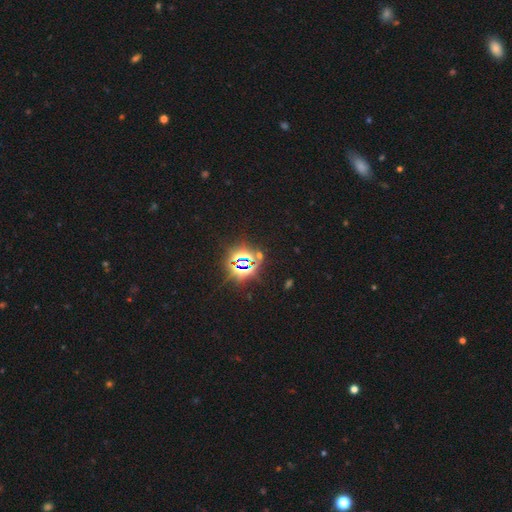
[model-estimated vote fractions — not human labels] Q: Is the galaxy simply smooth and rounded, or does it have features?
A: star or artifact — 82%.